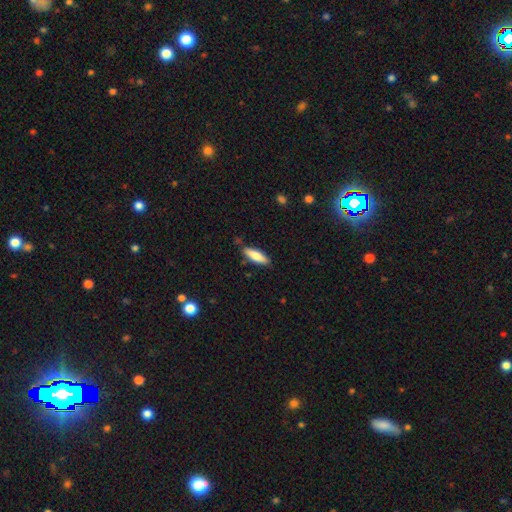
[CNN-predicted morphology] Q: Smooth or featured?
A: smooth (76%); runner-up: featured or disk (18%)
Q: How rounded?
A: cigar-shaped (49%); tied with: in between (49%)
Q: Merging?
A: none (83%); runner-up: minor disturbance (12%)